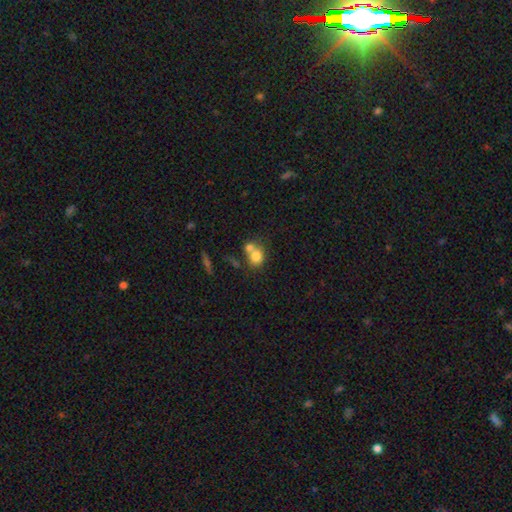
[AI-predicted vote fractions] A smooth galaxy with no disk features (76%) that is round (72%). Merging: merger (50%).